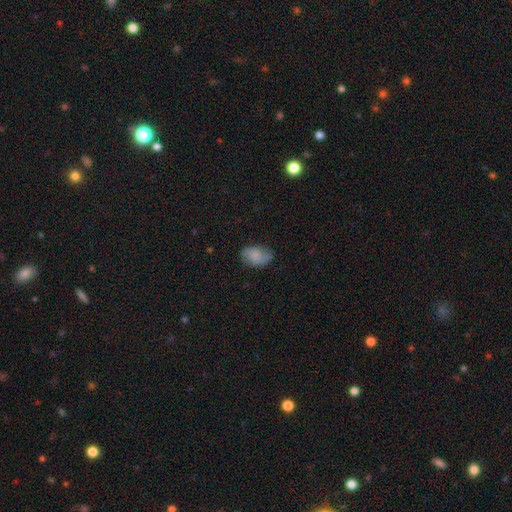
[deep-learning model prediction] smooth_or_featured: smooth (p=0.68) [alt: featured or disk p=0.23]
how_rounded: in between (p=0.84) [alt: round p=0.15]
merging: none (p=0.64) [alt: minor disturbance p=0.27]